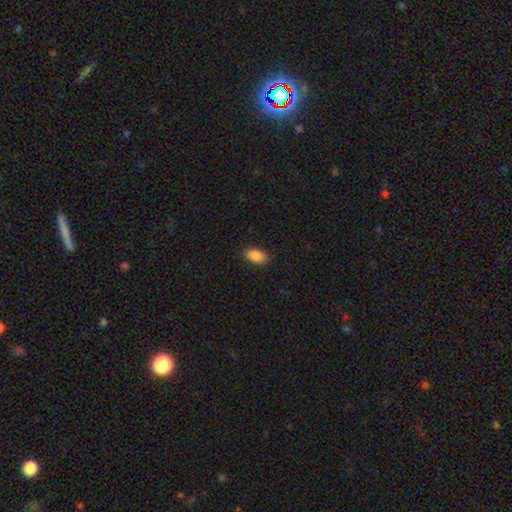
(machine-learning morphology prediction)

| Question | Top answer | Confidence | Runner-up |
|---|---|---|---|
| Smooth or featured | smooth | 89% | star or artifact (7%) |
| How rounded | in between | 93% | round (4%) |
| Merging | none | 88% | minor disturbance (9%) |